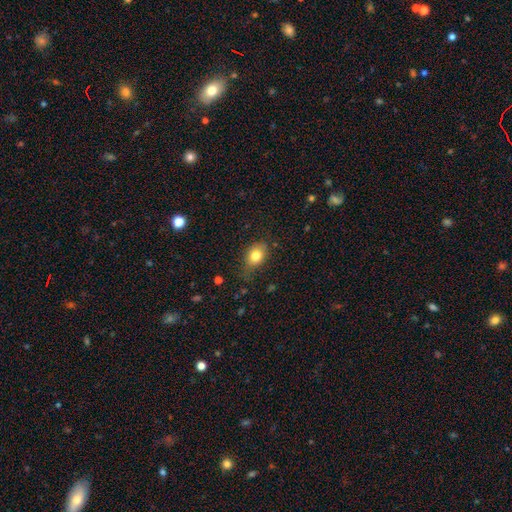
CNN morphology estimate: smooth 80%, featured or disk 11%, star or artifact 10%. Down the decision tree: how rounded — in between (70%); merging — none (66%).